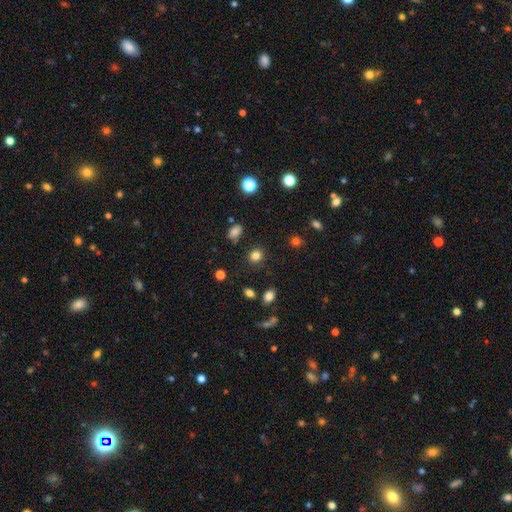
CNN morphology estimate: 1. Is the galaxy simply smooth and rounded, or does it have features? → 82% smooth, 13% star or artifact, 5% featured or disk.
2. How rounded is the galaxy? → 75% round, 24% in between, 1% cigar-shaped.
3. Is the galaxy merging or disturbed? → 86% none, 9% minor disturbance, 3% major disturbance, 2% merger.